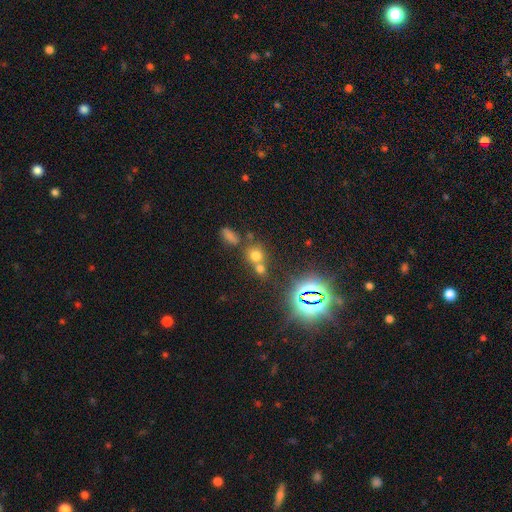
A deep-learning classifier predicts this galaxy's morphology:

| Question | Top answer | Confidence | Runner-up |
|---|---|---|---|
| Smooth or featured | smooth | 62% | star or artifact (27%) |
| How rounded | round | 74% | in between (24%) |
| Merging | none | 46% | merger (41%) |